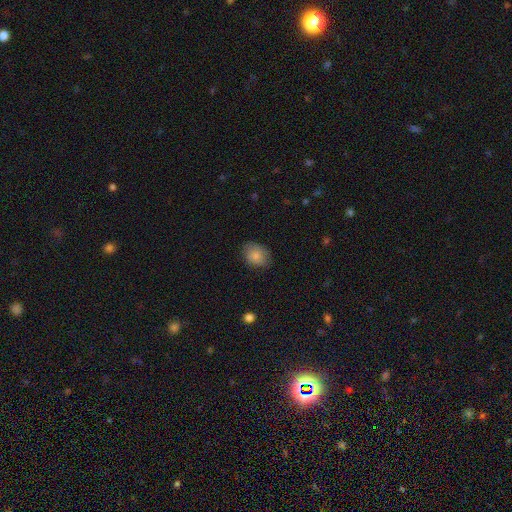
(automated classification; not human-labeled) The model was most divided on "how rounded": in between: 62%, round: 37%, cigar-shaped: 1%. More confident: smooth or featured — smooth (84%); merging — none (79%).